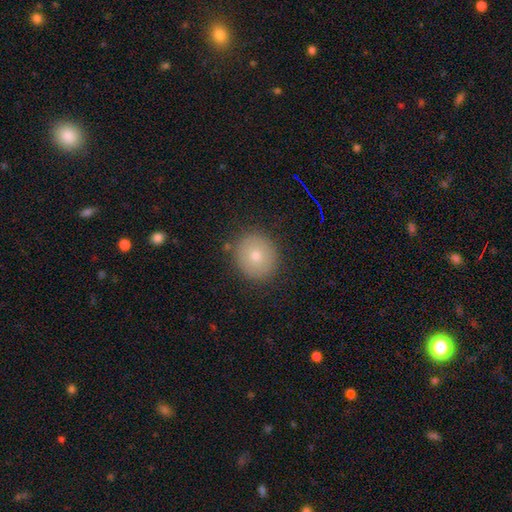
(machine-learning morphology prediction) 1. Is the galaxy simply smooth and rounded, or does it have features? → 74% smooth, 15% featured or disk, 11% star or artifact.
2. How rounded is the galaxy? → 87% round, 12% in between, 1% cigar-shaped.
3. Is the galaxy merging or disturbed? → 87% none, 8% minor disturbance, 3% major disturbance, 2% merger.